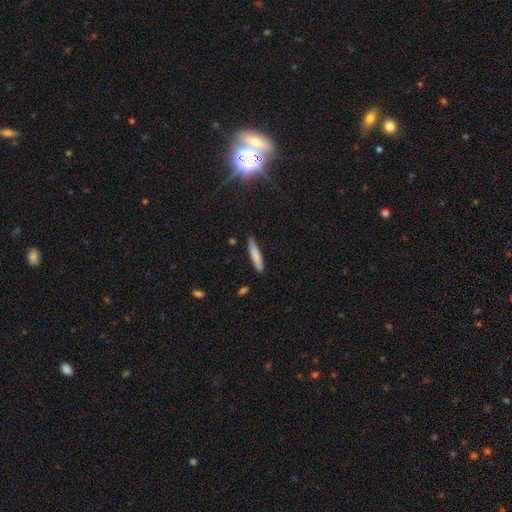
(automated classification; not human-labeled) This appears to be a smooth galaxy with no disk features (80%) that is cigar-shaped (89%). Merging: none (86%).